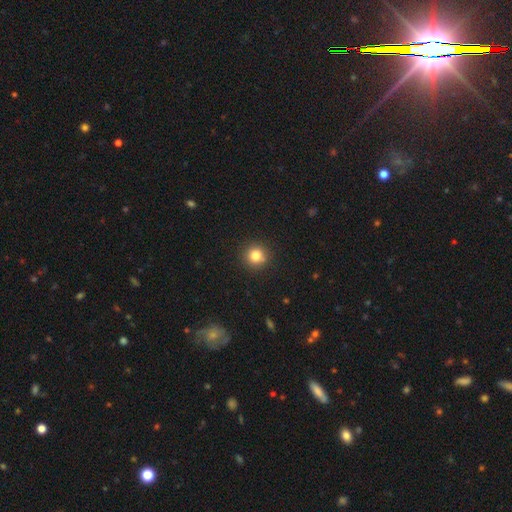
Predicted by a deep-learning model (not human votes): smooth_or_featured: smooth (p=0.83) [alt: star or artifact p=0.12]
how_rounded: round (p=0.92) [alt: in between p=0.07]
merging: none (p=0.90) [alt: minor disturbance p=0.07]